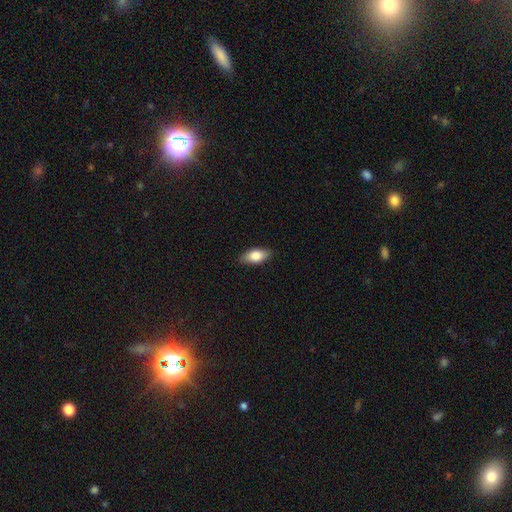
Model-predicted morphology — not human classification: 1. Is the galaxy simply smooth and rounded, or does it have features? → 81% smooth, 13% featured or disk, 6% star or artifact.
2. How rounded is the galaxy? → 89% in between, 8% cigar-shaped, 3% round.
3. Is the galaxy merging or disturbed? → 87% none, 10% minor disturbance, 2% major disturbance, 1% merger.